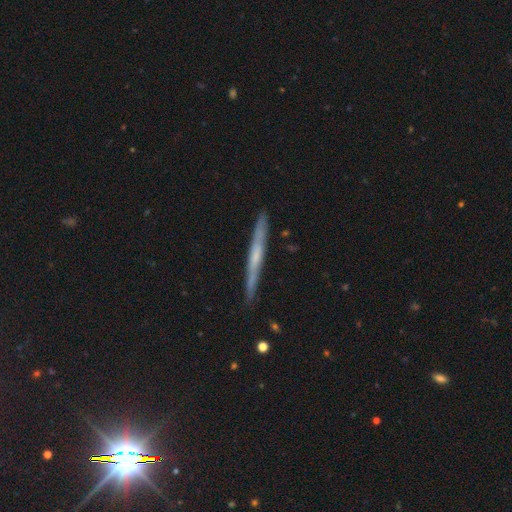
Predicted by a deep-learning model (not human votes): Overall: featured or disk (59%; smooth 35%). Edge-on disk: yes (96%). Edge-on bulge: none (67%). Merging: none (89%).